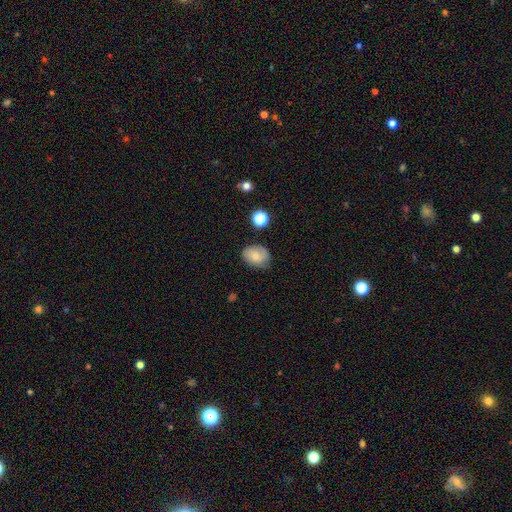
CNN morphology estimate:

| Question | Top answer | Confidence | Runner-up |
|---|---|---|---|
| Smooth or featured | smooth | 76% | featured or disk (16%) |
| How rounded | in between | 67% | round (32%) |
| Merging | none | 69% | minor disturbance (24%) |